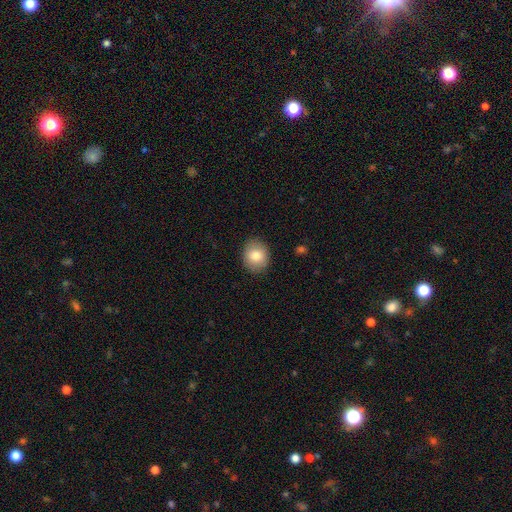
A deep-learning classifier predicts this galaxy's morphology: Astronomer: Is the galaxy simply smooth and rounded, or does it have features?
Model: smooth — 81%.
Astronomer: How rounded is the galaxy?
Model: round — 62% (runner-up: in between, 37%).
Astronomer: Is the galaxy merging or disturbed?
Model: none — 88%.